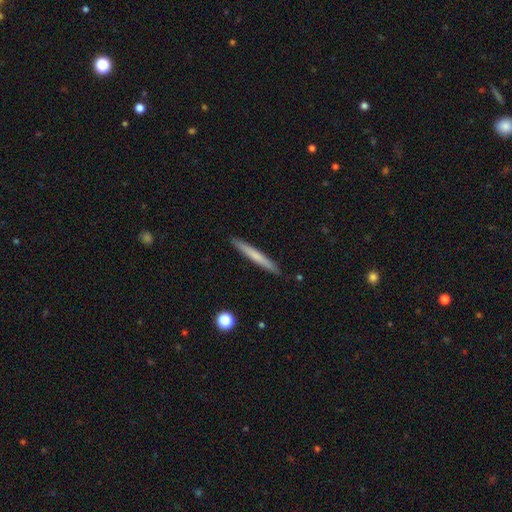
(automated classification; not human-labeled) The model was most divided on "smooth or featured": smooth: 62%, featured or disk: 33%, star or artifact: 6%. More confident: how rounded — cigar-shaped (97%); merging — none (92%).